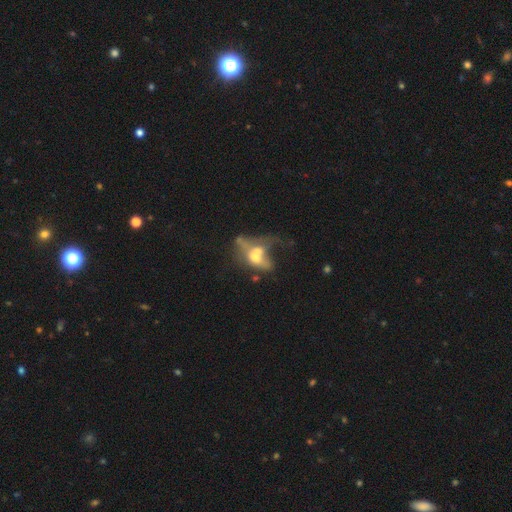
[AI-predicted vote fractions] Smooth or featured: featured or disk — 49% (smooth — 40%)
Merging: merger — 55% (major disturbance — 26%)